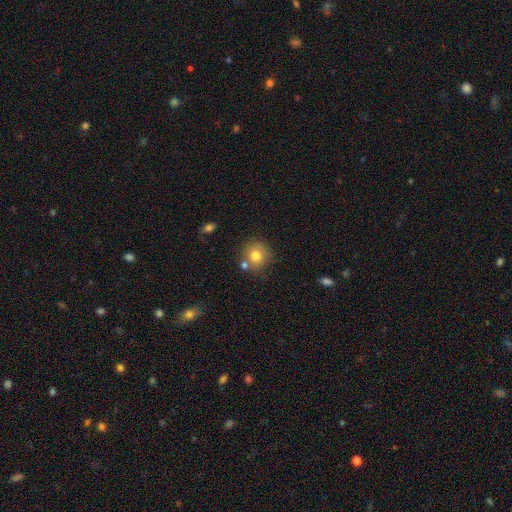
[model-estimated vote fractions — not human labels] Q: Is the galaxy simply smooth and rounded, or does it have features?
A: smooth — 77%.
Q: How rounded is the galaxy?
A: round — 89%.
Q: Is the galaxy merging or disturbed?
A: none — 69%.